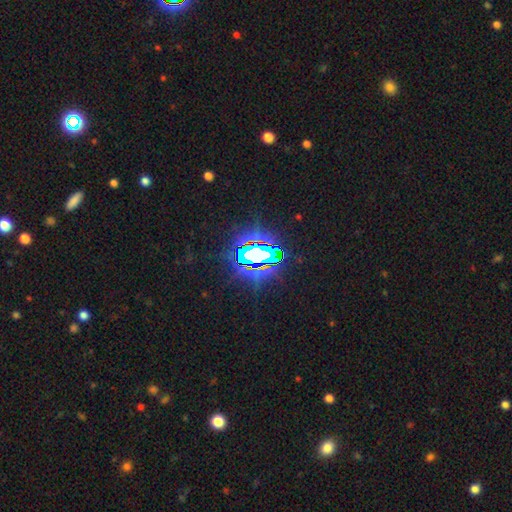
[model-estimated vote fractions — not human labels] A star or artifact, not a galaxy (74%).

Vote fractions:
- Smooth or featured? star or artifact: 74% / featured or disk: 13% / smooth: 13%